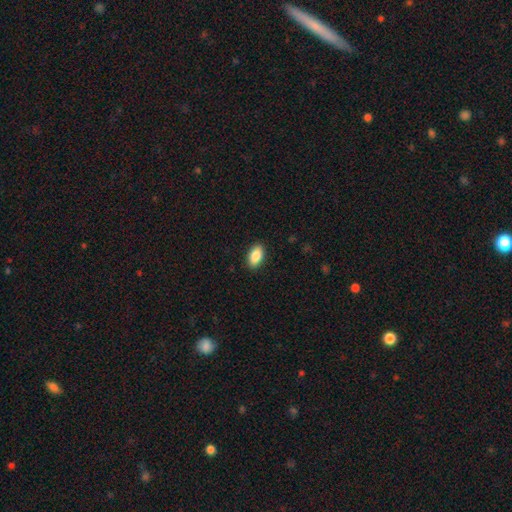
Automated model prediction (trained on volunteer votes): Smooth or featured? Predicted: smooth (p=0.89). How rounded? Predicted: in between (p=0.93). Merging? Predicted: none (p=0.90).